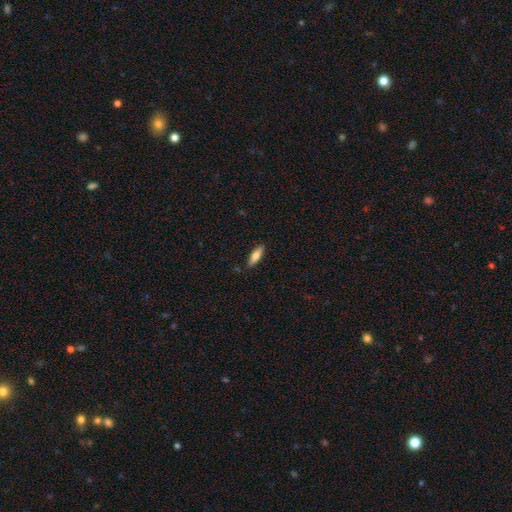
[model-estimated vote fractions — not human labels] The model was most divided on "how rounded": cigar-shaped: 50%, in between: 48%, round: 2%. More confident: merging — none (86%); smooth or featured — smooth (72%).